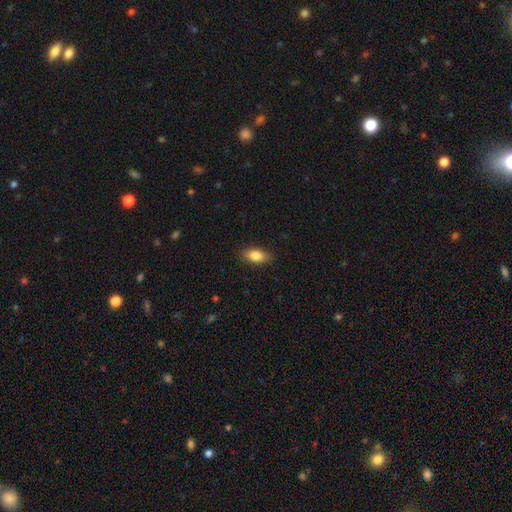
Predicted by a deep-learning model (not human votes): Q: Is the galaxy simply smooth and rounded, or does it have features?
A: smooth — 85%.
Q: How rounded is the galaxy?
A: in between — 87%.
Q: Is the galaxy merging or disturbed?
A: none — 85%.